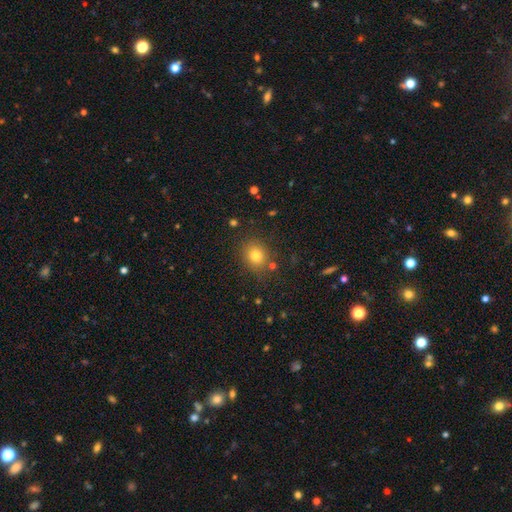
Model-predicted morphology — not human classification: smooth_or_featured: smooth (p=0.78) [alt: star or artifact p=0.13]
how_rounded: round (p=0.61) [alt: in between p=0.38]
merging: none (p=0.82) [alt: minor disturbance p=0.11]